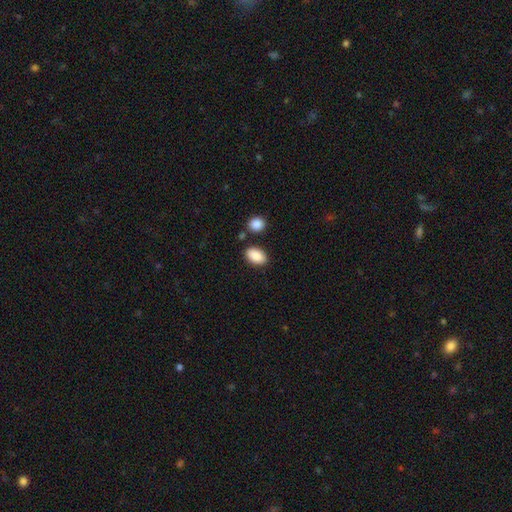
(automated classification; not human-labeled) Smooth or featured? smooth (90%)
How rounded? in between (91%)
Merging? none (81%)